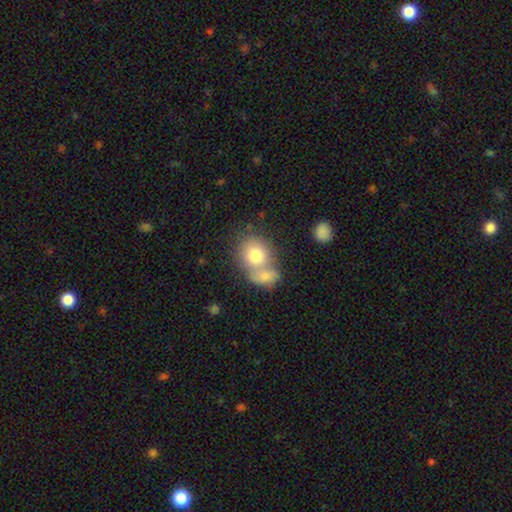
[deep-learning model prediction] A smooth galaxy with no disk features (77%) that is round (65%).

Vote fractions:
- Smooth or featured? smooth: 77% / featured or disk: 16% / star or artifact: 8%
- How rounded? round: 65% / in between: 34% / cigar-shaped: 1%
- Merging? merger: 54% / none: 33% / minor disturbance: 9% / major disturbance: 5%